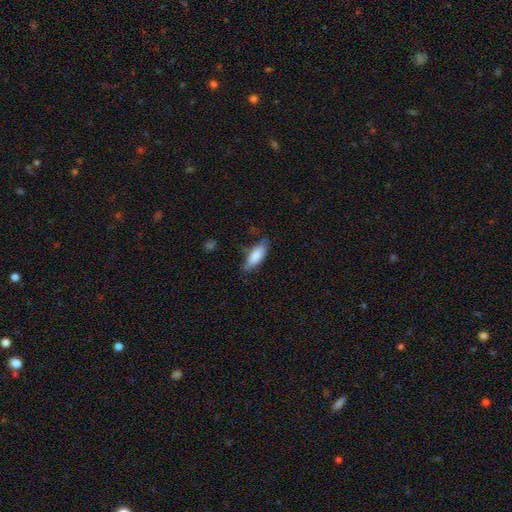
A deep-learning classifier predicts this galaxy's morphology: smooth_or_featured: smooth (p=0.84) [alt: featured or disk p=0.10]
how_rounded: in between (p=0.73) [alt: cigar-shaped p=0.25]
merging: none (p=0.69) [alt: minor disturbance p=0.23]